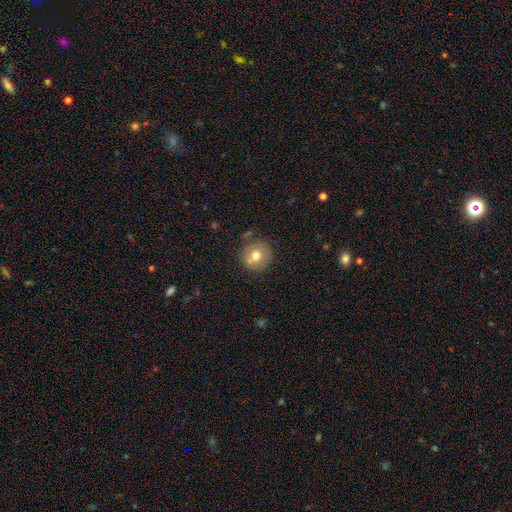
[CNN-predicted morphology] The model was most divided on "smooth or featured": smooth: 69%, featured or disk: 20%, star or artifact: 11%. More confident: how rounded — round (92%); merging — none (76%).